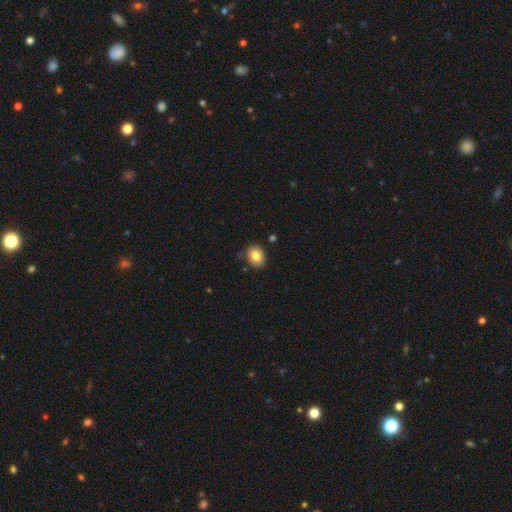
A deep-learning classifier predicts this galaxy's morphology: Smooth or featured? Predicted: smooth (p=0.82). How rounded? Predicted: in between (p=0.56). Merging? Predicted: none (p=0.80).